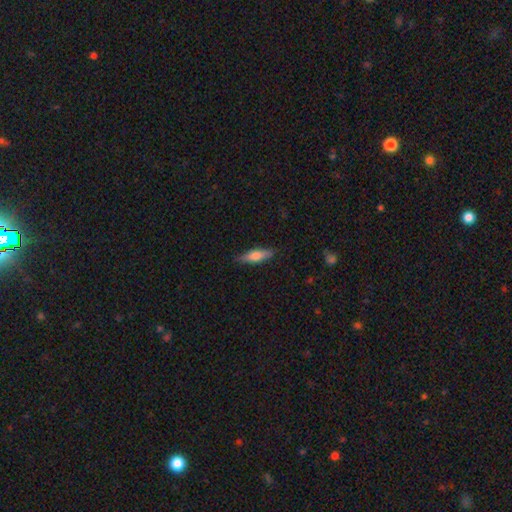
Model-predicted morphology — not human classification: Smooth or featured? Predicted: smooth (p=0.58). How rounded? Predicted: cigar-shaped (p=0.62). Merging? Predicted: none (p=0.84).